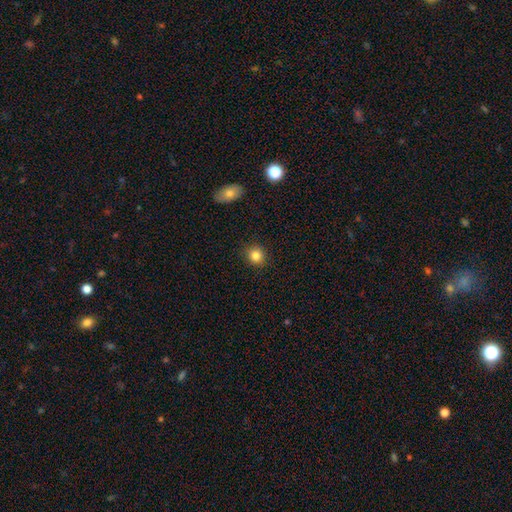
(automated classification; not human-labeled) Smooth or featured? Predicted: smooth (p=0.84). How rounded? Predicted: round (p=0.82). Merging? Predicted: none (p=0.89).